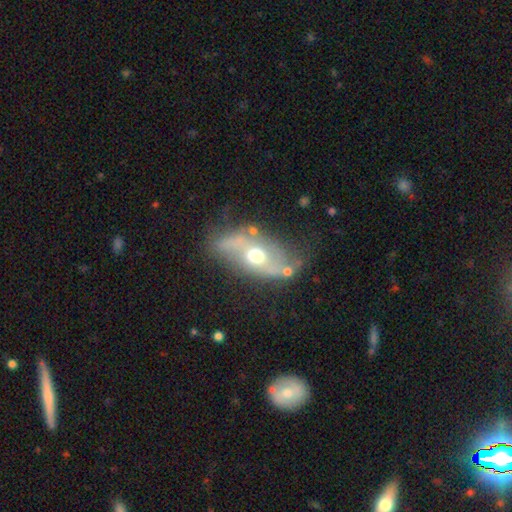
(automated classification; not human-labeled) featured or disk 71%, smooth 23%, star or artifact 7%. Down the decision tree: edge-on disk — no (87%); bar — no (62%); spiral arms — yes (70%); bulge size — moderate (72%); merging — none (64%).